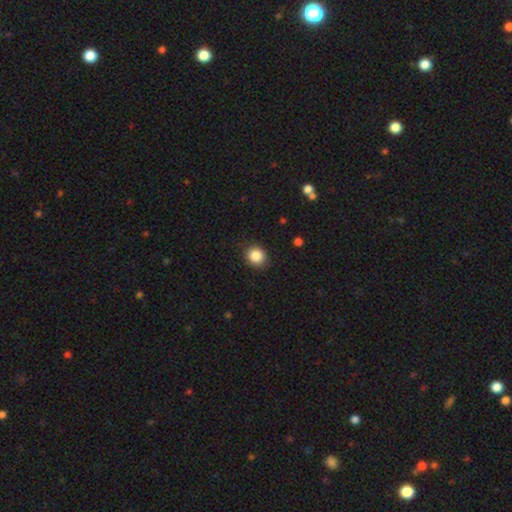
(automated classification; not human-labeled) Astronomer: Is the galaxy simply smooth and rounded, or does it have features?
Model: smooth — 86%.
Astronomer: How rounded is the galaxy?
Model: round — 79%.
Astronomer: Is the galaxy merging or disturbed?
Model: none — 86%.